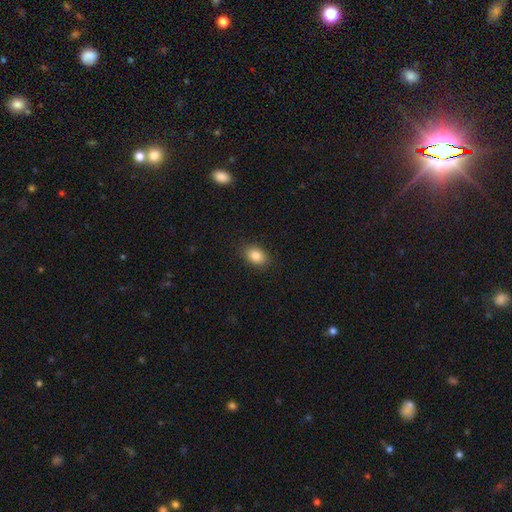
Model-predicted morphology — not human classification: smooth-or-featured: smooth: 86% | star or artifact: 9% | featured or disk: 6%
  how-rounded: in between: 78% | round: 21% | cigar-shaped: 1%
  merging: none: 86% | minor disturbance: 10% | major disturbance: 3% | merger: 1%